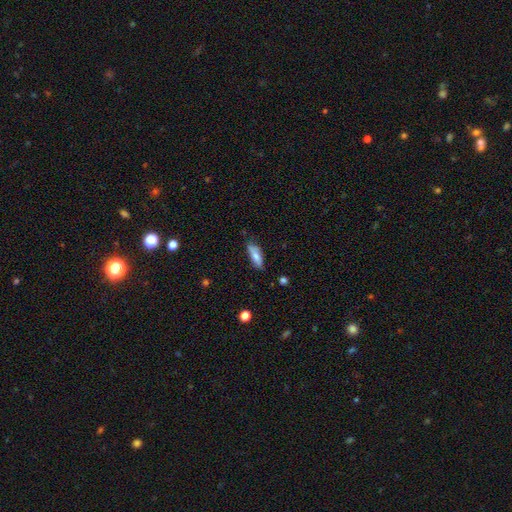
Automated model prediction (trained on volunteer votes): Smooth or featured? smooth (73%)
How rounded? in between (62%)
Merging? none (71%)